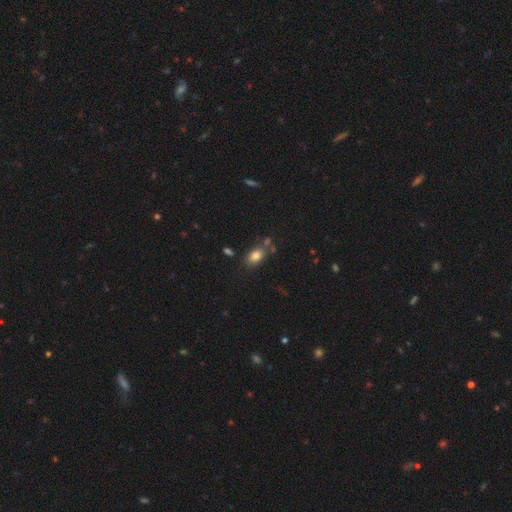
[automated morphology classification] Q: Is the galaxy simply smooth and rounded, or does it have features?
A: smooth — 80%.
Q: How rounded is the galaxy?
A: in between — 83%.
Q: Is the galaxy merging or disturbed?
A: none — 68%.